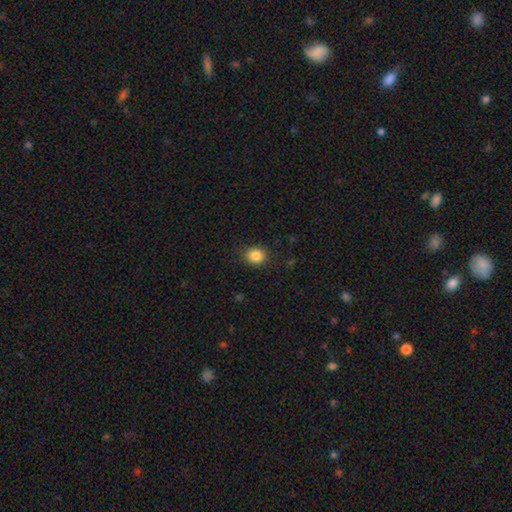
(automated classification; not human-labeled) Smooth or featured: smooth — 86% (star or artifact — 10%)
How rounded: round — 78% (in between — 21%)
Merging: none — 87% (minor disturbance — 9%)